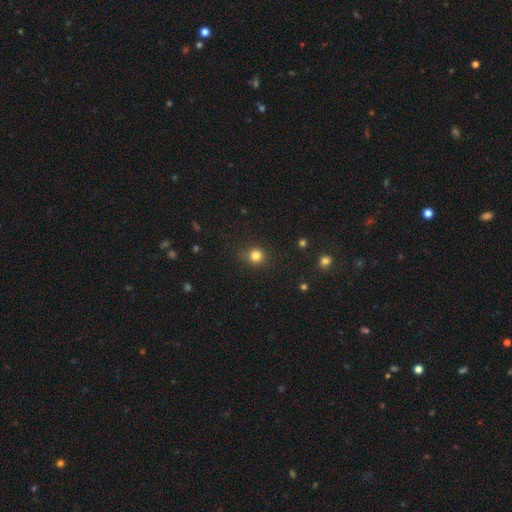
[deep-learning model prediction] The model was most divided on "smooth or featured": smooth: 82%, star or artifact: 13%, featured or disk: 5%. More confident: how rounded — round (89%); merging — none (86%).